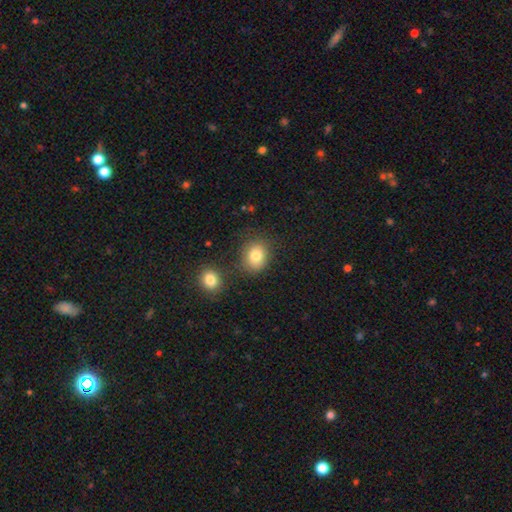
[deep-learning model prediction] smooth 82%, star or artifact 11%, featured or disk 8%. Down the decision tree: how rounded — round (65%); merging — none (76%).